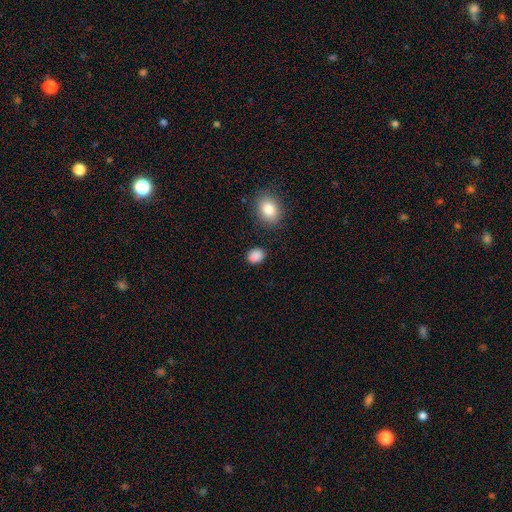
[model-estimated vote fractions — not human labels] The model was most divided on "how rounded": in between: 52%, round: 47%, cigar-shaped: 1%. More confident: smooth or featured — smooth (87%); merging — none (83%).